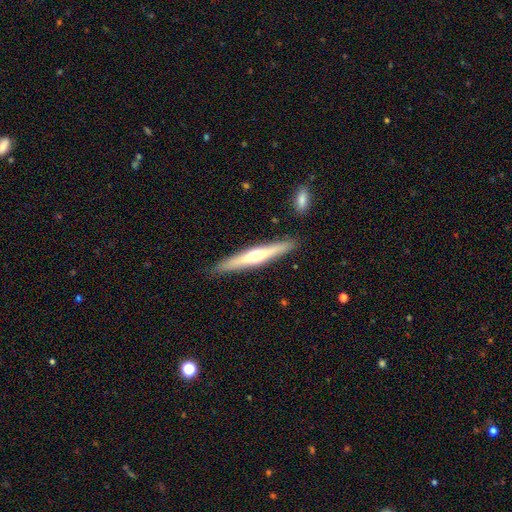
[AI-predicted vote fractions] A featured or disk galaxy (62%) viewed edge-on (96%) with a rounded central bulge (87%).

Vote fractions:
- Smooth or featured? featured or disk: 62% / smooth: 33% / star or artifact: 5%
- Edge-on disk? yes: 96% / no: 4%
- Edge-on bulge? rounded: 87% / none: 10% / boxy: 3%
- Merging? none: 89% / minor disturbance: 7% / merger: 2% / major disturbance: 2%